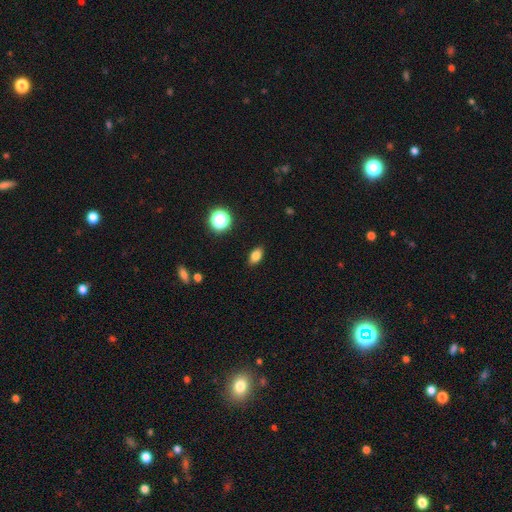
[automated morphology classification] Smooth or featured? smooth (80%)
How rounded? in between (85%)
Merging? none (89%)